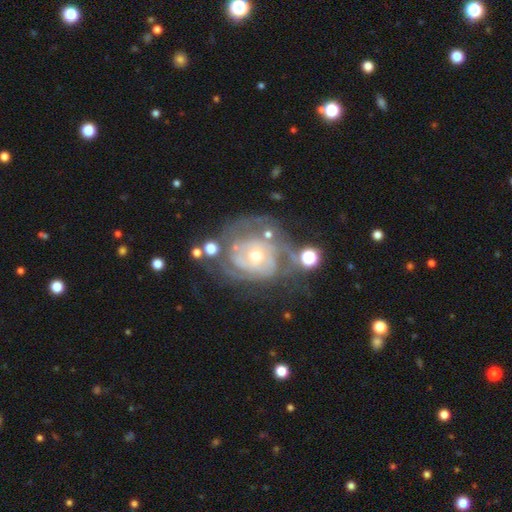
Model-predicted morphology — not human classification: The model was most divided on "bulge size": moderate: 48%, small: 47%, large: 3%, none: 1%, dominant: 1%. Remaining: edge-on disk — no (97%); spiral arms — yes (87%); smooth or featured — featured or disk (83%); bar — no (78%); spiral winding — tight (68%); merging — none (51%); spiral arm count — can't tell (42%).